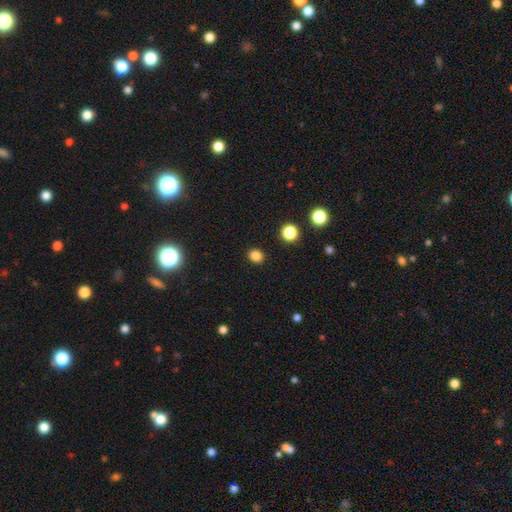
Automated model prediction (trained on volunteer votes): A smooth galaxy with no disk features (84%) that is round (70%). Merging: none (91%).